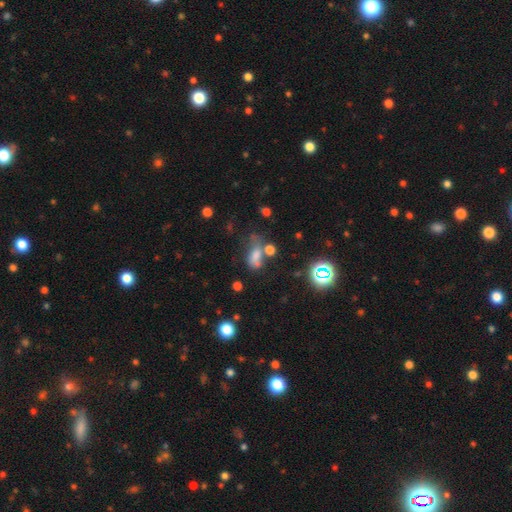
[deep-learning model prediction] smooth 59%, star or artifact 22%, featured or disk 19%. Down the decision tree: how rounded — in between (78%); merging — none (28%).